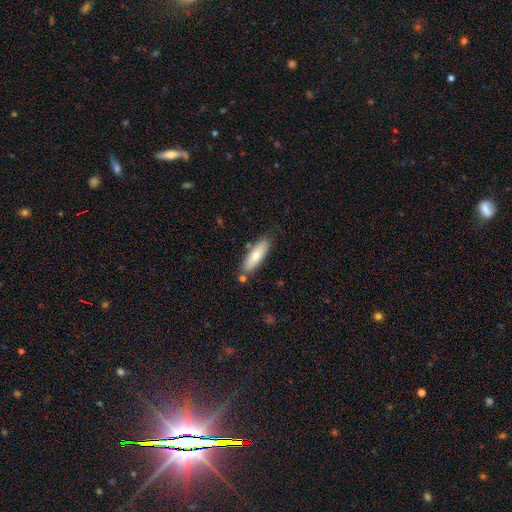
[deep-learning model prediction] Morphology: type=smooth (75%); roundness=cigar-shaped (52%); merging=none (80%).